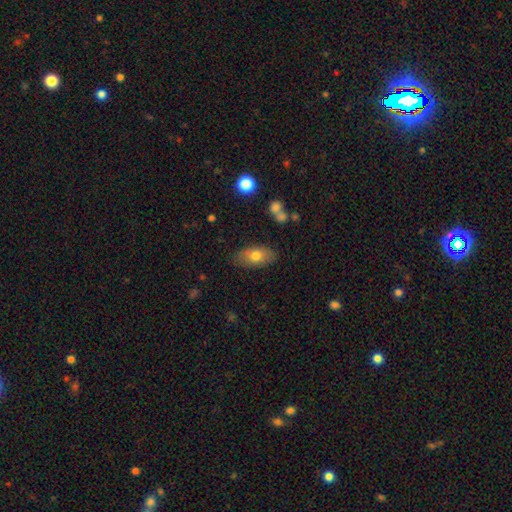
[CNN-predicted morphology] The model was most divided on "smooth or featured": smooth: 73%, featured or disk: 20%, star or artifact: 7%. More confident: how rounded — in between (90%); merging — none (81%).